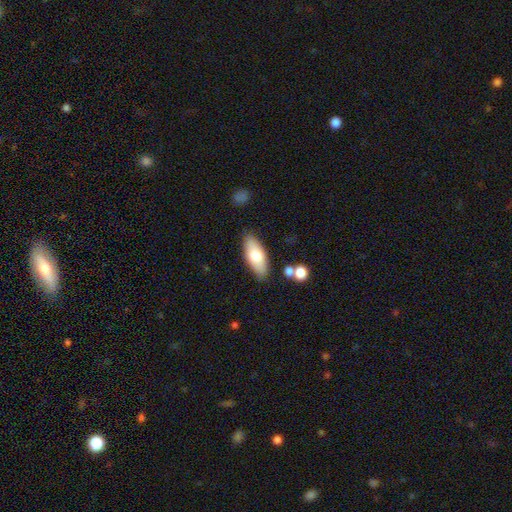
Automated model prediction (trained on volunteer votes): A smooth galaxy with no disk features (71%) that is in between round and cigar-shaped (76%). Merging: none (83%).